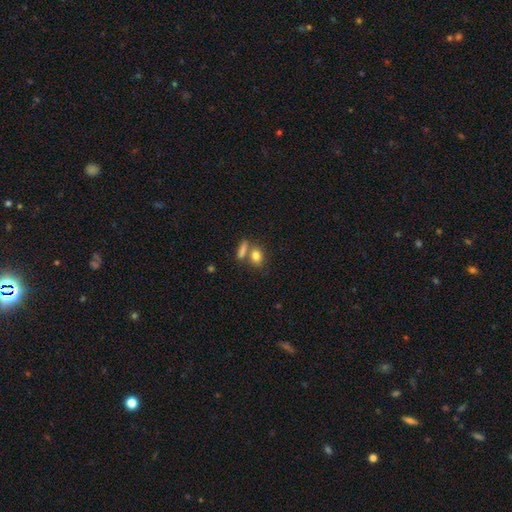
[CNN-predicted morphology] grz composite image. It shows a smooth galaxy with no disk features (82%) that is in between round and cigar-shaped (66%). Merging: none (51%).